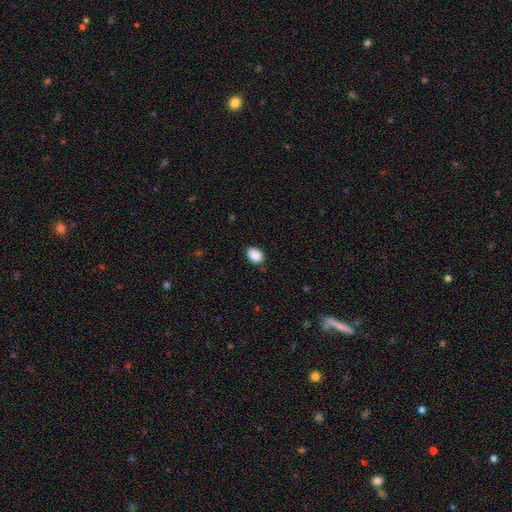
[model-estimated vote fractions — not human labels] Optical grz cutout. It shows a smooth galaxy with no disk features (89%) that is in between round and cigar-shaped (76%). Merging: none (85%).